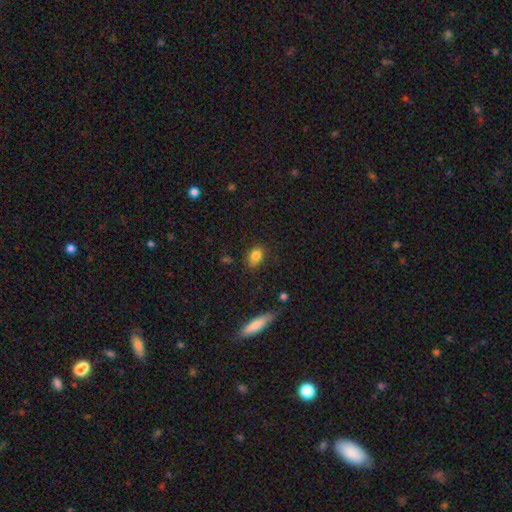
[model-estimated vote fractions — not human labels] Smooth or featured? smooth (83%)
How rounded? in between (72%)
Merging? none (80%)